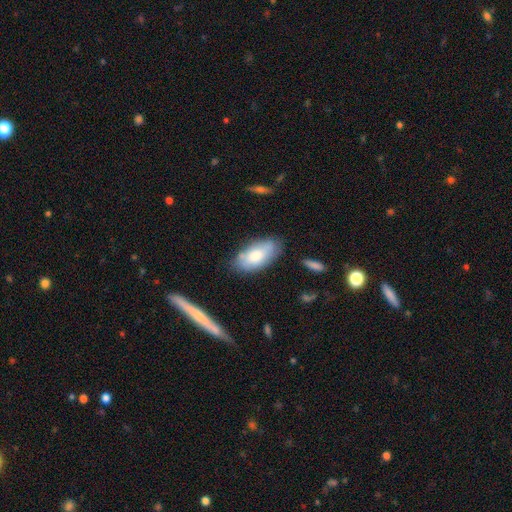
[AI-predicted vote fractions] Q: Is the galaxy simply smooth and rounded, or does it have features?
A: smooth — 73%.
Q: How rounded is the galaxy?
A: in between — 93%.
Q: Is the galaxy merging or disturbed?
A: none — 70%.